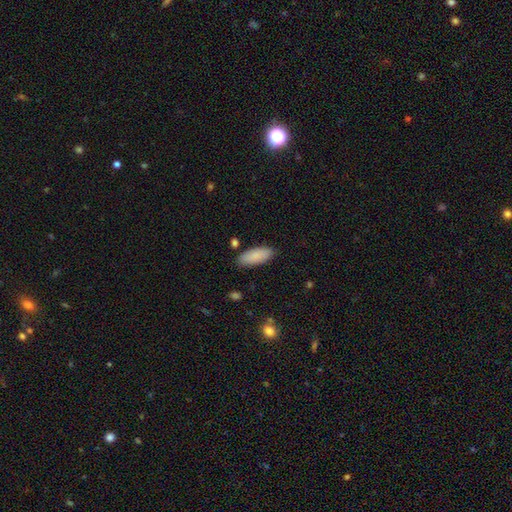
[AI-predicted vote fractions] A smooth galaxy with no disk features (88%) that is in between round and cigar-shaped (77%).

Vote fractions:
- Smooth or featured? smooth: 88% / star or artifact: 6% / featured or disk: 6%
- How rounded? in between: 77% / cigar-shaped: 21% / round: 2%
- Merging? none: 86% / minor disturbance: 10% / major disturbance: 2% / merger: 2%